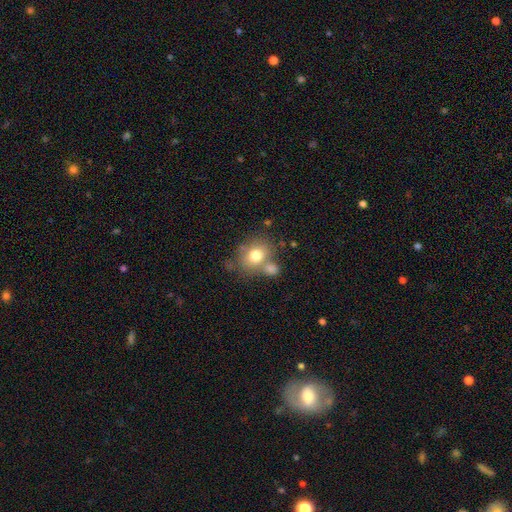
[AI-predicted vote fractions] A smooth galaxy with no disk features (74%) that is round (60%). Merging: none (53%).